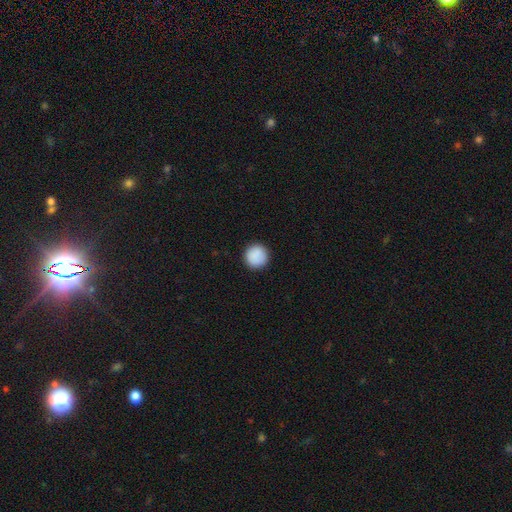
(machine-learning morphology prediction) Overall: smooth (90%). How rounded: round (94%). Merging: none (92%).